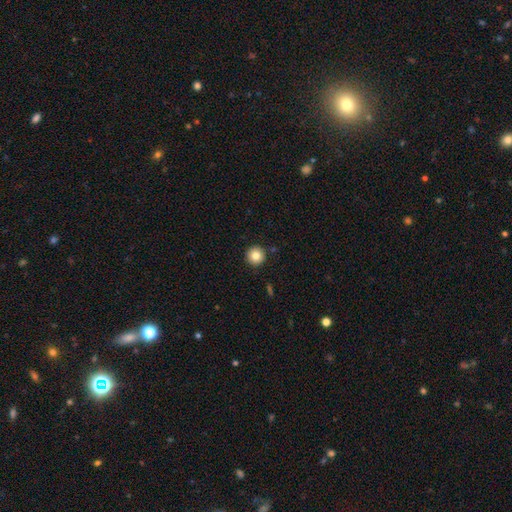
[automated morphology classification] smooth_or_featured: smooth (p=0.83) [alt: star or artifact p=0.10]
how_rounded: round (p=0.96) [alt: in between p=0.03]
merging: none (p=0.92) [alt: minor disturbance p=0.05]